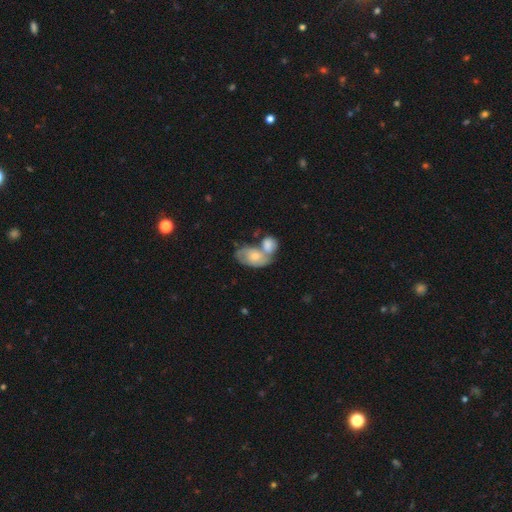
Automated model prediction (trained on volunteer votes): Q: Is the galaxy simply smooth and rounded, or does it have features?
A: smooth — 56%.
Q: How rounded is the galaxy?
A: in between — 86%.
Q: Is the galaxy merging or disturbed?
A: merger — 61%.